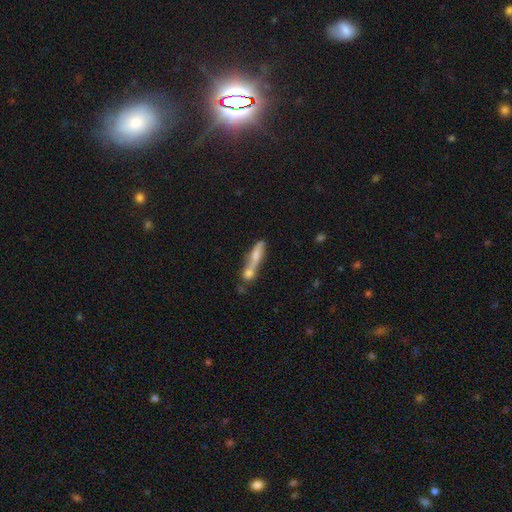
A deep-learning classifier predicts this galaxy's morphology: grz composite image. It shows a smooth galaxy with no disk features (59%) that is cigar-shaped (65%). Merging: merger (60%).